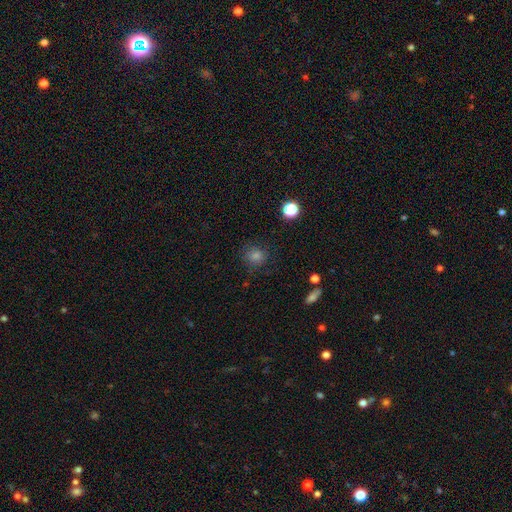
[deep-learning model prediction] The model was most divided on "smooth or featured": smooth: 69%, star or artifact: 22%, featured or disk: 9%. More confident: how rounded — round (89%); merging — none (83%).